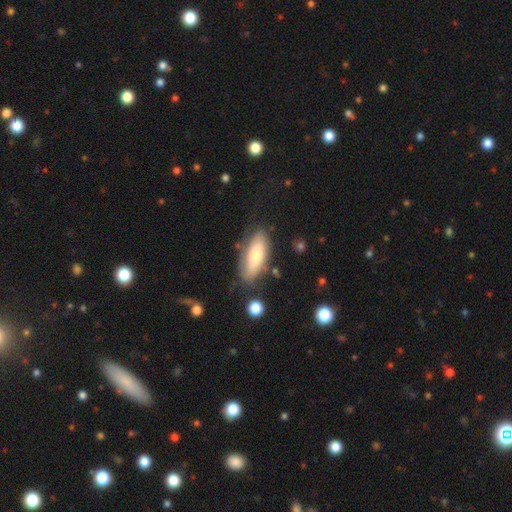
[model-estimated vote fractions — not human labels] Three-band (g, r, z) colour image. It shows a smooth galaxy with no disk features (70%) that is in between round and cigar-shaped (77%). Merging: none (71%).